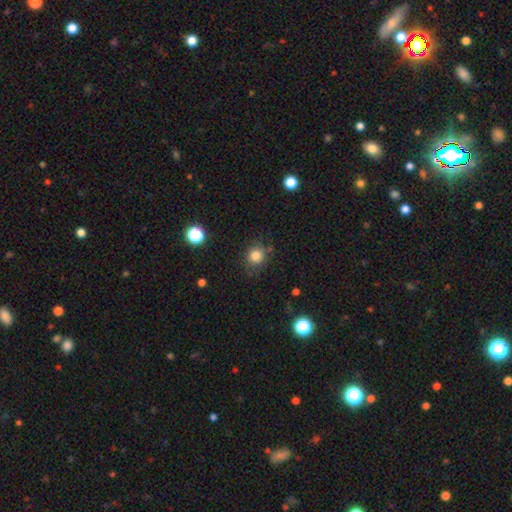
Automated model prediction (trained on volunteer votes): Smooth or featured?
  - smooth: 82% *
  - star or artifact: 12%
  - featured or disk: 6%
How rounded?
  - round: 87% *
  - in between: 13%
  - cigar-shaped: 1%
Merging?
  - none: 79% *
  - minor disturbance: 14%
  - major disturbance: 4%
  - merger: 3%